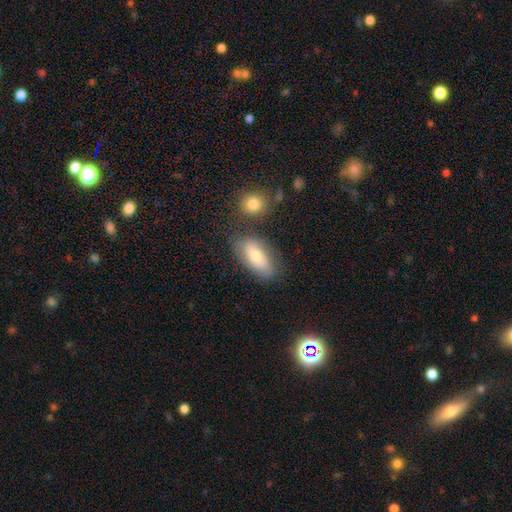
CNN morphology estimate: A smooth galaxy with no disk features (69%) that is in between round and cigar-shaped (87%). Merging: none (70%).